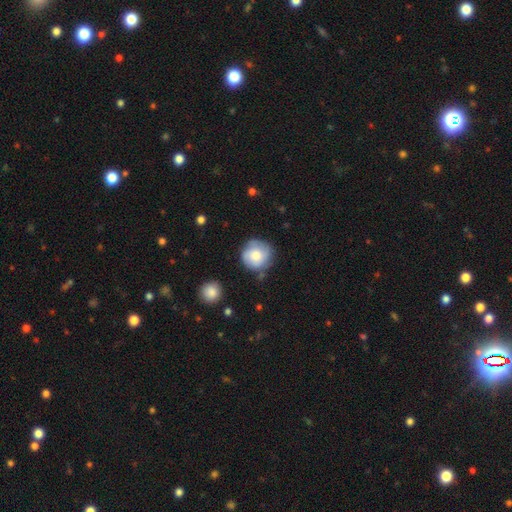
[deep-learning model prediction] A smooth galaxy with no disk features (64%) that is round (92%).

Vote fractions:
- Smooth or featured? smooth: 64% / featured or disk: 29% / star or artifact: 7%
- How rounded? round: 92% / in between: 7% / cigar-shaped: 1%
- Merging? none: 69% / minor disturbance: 21% / major disturbance: 6% / merger: 3%